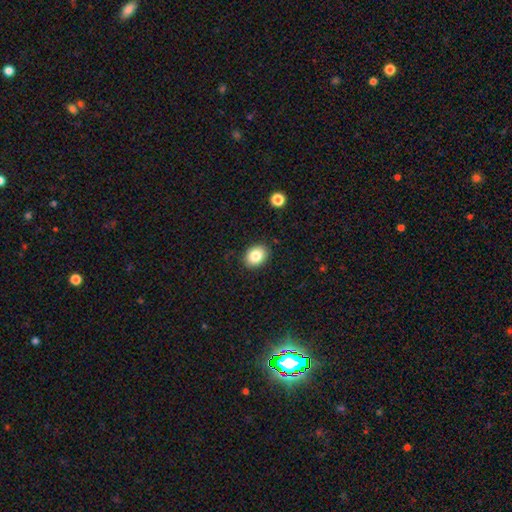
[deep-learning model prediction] Smooth or featured? smooth (84%)
How rounded? in between (64%)
Merging? none (88%)